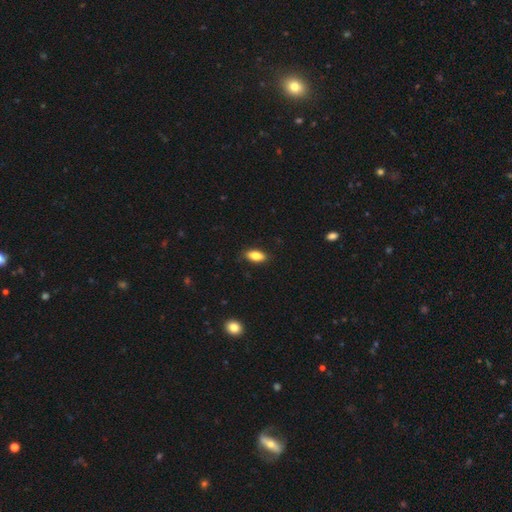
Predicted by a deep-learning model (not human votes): Morphology: type=smooth (83%); roundness=in between (85%); merging=none (86%).